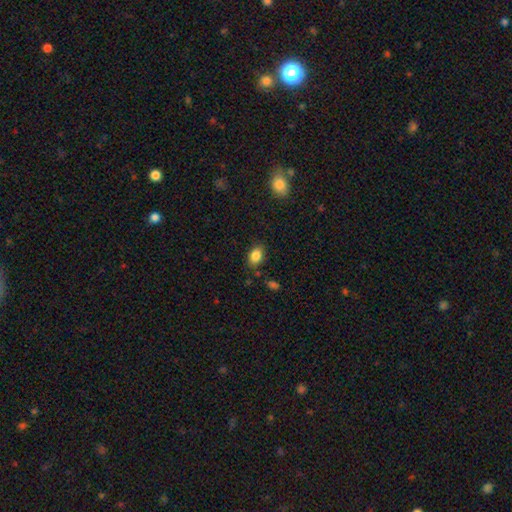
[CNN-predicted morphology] type=smooth (85%); roundness=in between (80%); merging=none (82%).